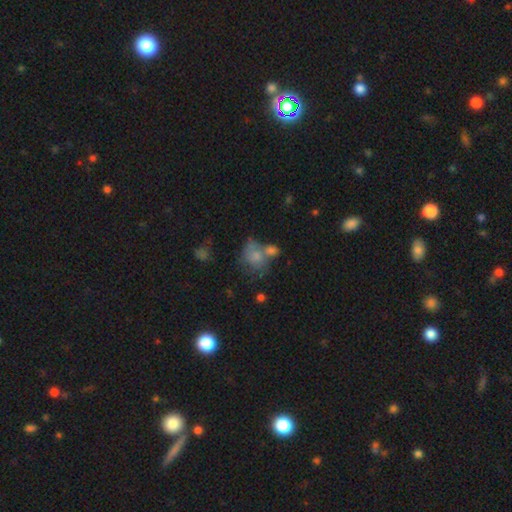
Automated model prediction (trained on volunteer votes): Smooth or featured: smooth — 67% (featured or disk — 22%)
How rounded: round — 53% (in between — 46%)
Merging: merger — 45% (none — 26%)